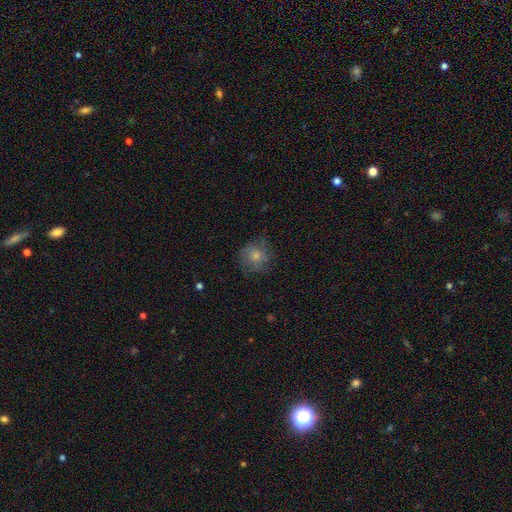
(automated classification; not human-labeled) This is likely a smooth galaxy (71%). How rounded: clearly round (86%). Merging: likely none (66%).